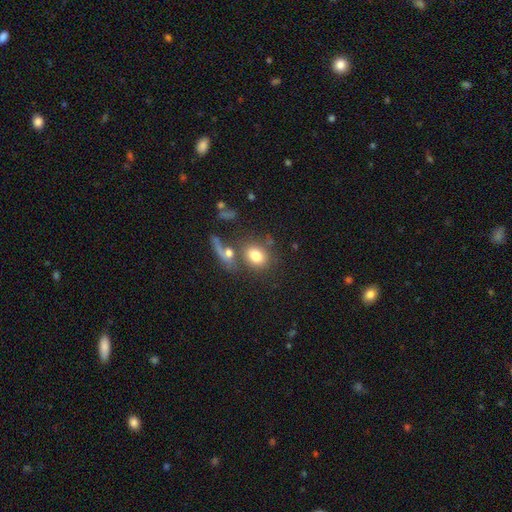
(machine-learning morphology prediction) smooth 77%, featured or disk 13%, star or artifact 10%. Down the decision tree: how rounded — in between (54%); merging — none (54%).